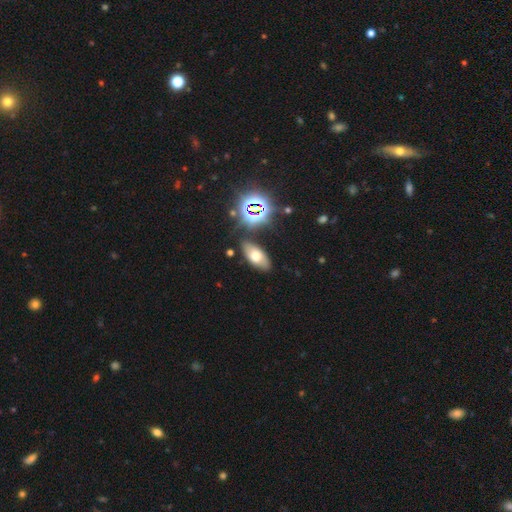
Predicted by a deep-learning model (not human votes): smooth 58%, featured or disk 23%, star or artifact 19%. Down the decision tree: how rounded — in between (88%); merging — none (81%).